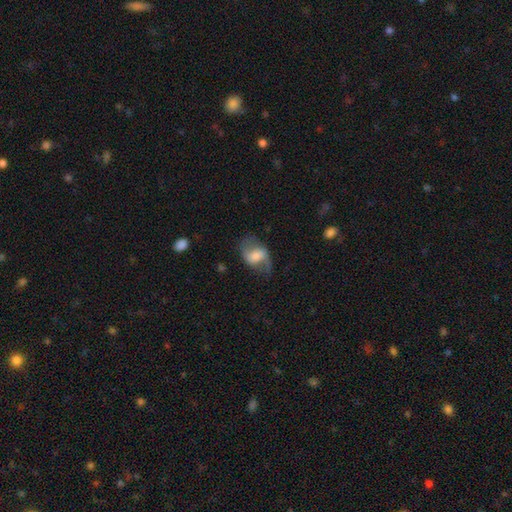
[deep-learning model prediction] Smooth or featured? featured or disk (55%)
Edge-on disk? no (95%)
Bar? weak (42%)
Spiral arms? yes (80%)
Bulge size? moderate (33%)
Merging? none (63%)